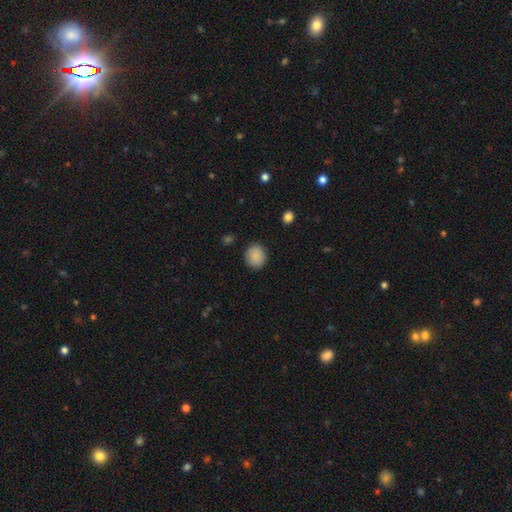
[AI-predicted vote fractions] Smooth or featured? smooth (88%)
How rounded? round (84%)
Merging? none (87%)